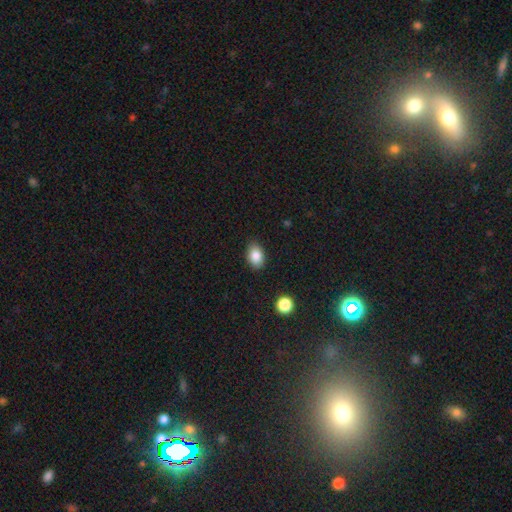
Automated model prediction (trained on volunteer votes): A smooth galaxy with no disk features (86%) that is in between round and cigar-shaped (83%). Merging: none (85%).